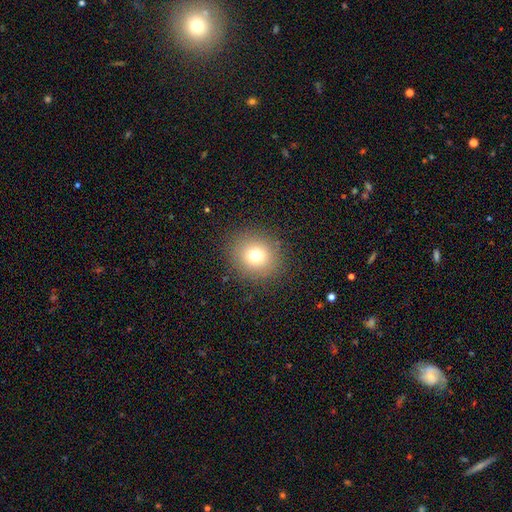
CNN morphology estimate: Smooth or featured: smooth — 73% (star or artifact — 16%)
How rounded: round — 84% (in between — 15%)
Merging: none — 88% (minor disturbance — 7%)